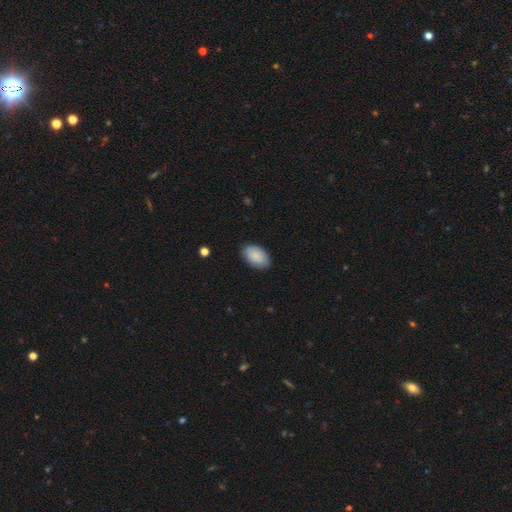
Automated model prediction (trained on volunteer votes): smooth_or_featured: smooth (p=0.87) [alt: featured or disk p=0.07]
how_rounded: in between (p=0.92) [alt: round p=0.07]
merging: none (p=0.84) [alt: minor disturbance p=0.13]